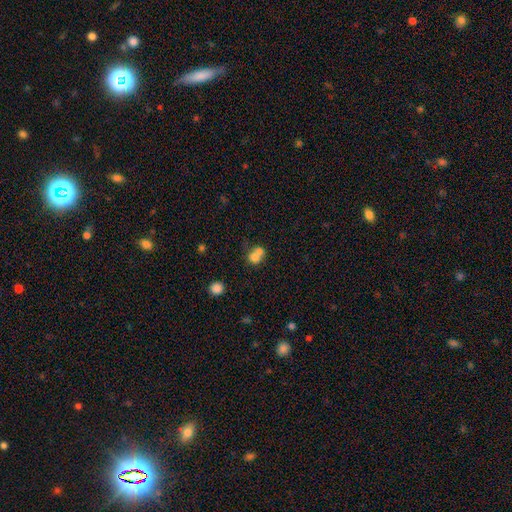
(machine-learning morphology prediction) smooth 72%, featured or disk 17%, star or artifact 11%. Down the decision tree: how rounded — round (68%); merging — merger (61%).